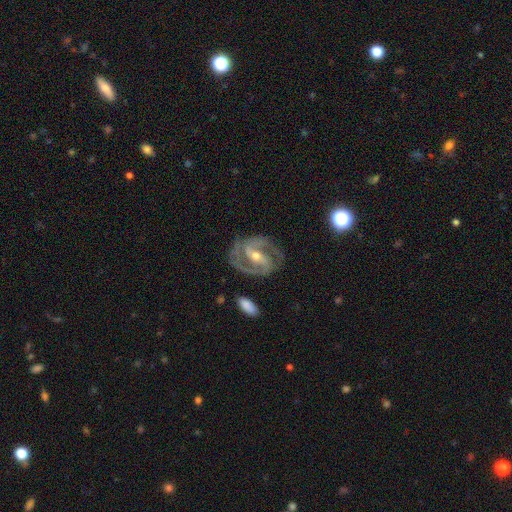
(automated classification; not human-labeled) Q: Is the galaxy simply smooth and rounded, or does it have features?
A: featured or disk — 92%.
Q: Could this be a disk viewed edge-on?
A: no — 97%.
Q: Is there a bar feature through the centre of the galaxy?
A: strong — 53%.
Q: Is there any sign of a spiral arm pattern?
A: yes — 98%.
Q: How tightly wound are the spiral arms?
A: medium — 53%.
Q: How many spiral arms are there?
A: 2 — 88%.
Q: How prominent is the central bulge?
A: small — 51%.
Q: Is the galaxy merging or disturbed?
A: none — 81%.